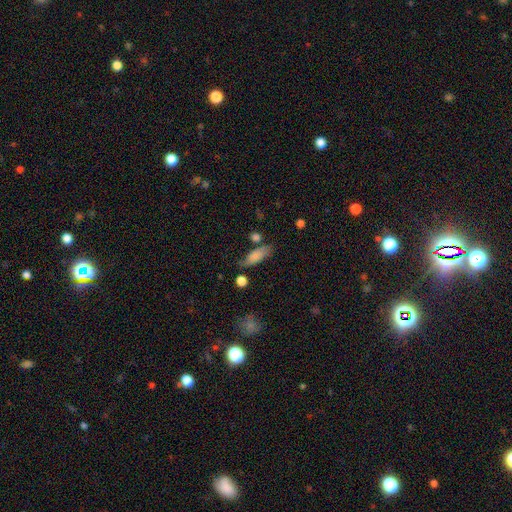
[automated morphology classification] This appears to be a smooth galaxy with no disk features (77%) that is in between round and cigar-shaped (68%). Merging: none (60%).